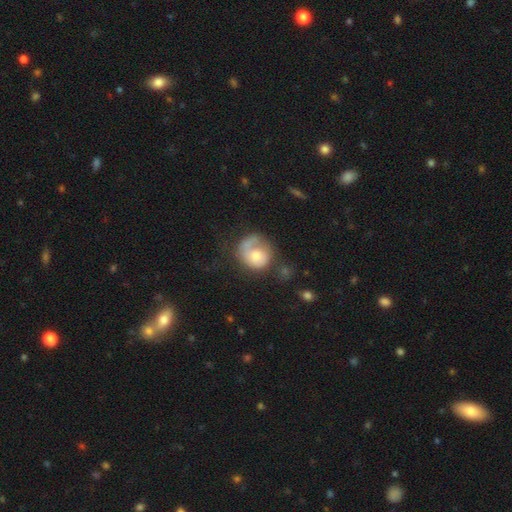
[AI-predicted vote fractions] smooth_or_featured: smooth (p=0.55) [alt: featured or disk p=0.37]
how_rounded: round (p=0.73) [alt: in between p=0.26]
merging: none (p=0.37) [alt: major disturbance p=0.30]